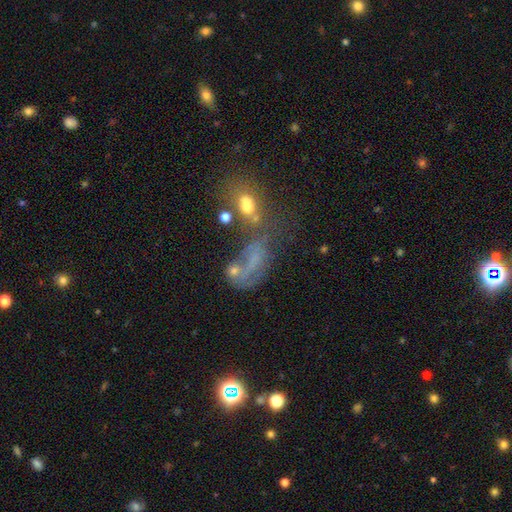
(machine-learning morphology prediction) Overall: smooth (43%; featured or disk 38%). Merging: major disturbance (31%, tied with merger).